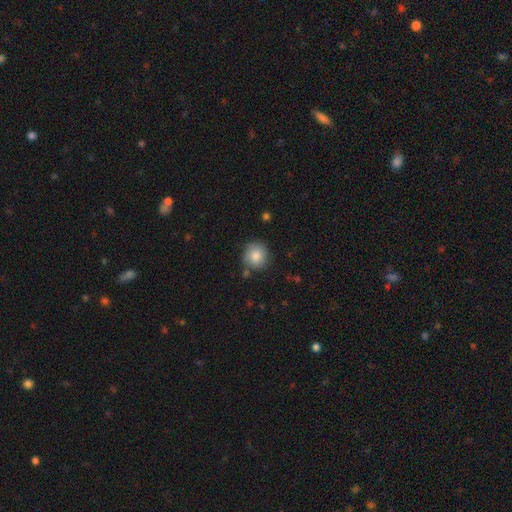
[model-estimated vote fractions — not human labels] The model was most divided on "merging": none: 79%, minor disturbance: 14%, merger: 4%, major disturbance: 3%. More confident: how rounded — round (91%); smooth or featured — smooth (82%).